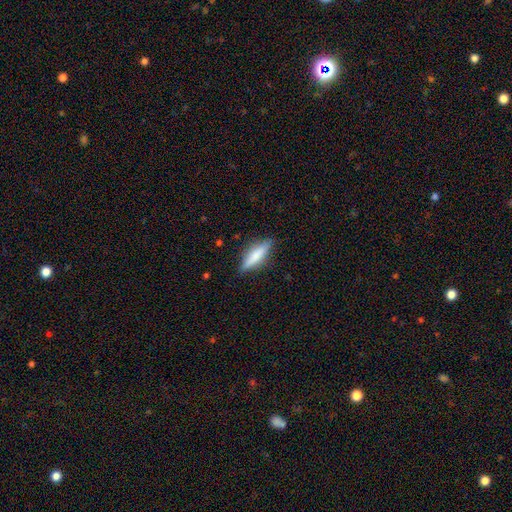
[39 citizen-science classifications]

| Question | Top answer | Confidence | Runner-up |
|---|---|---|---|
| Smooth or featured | smooth | 64% | featured or disk (23%) |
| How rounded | cigar-shaped | 88% | in between (12%) |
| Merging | none | 91% | minor disturbance (9%) |